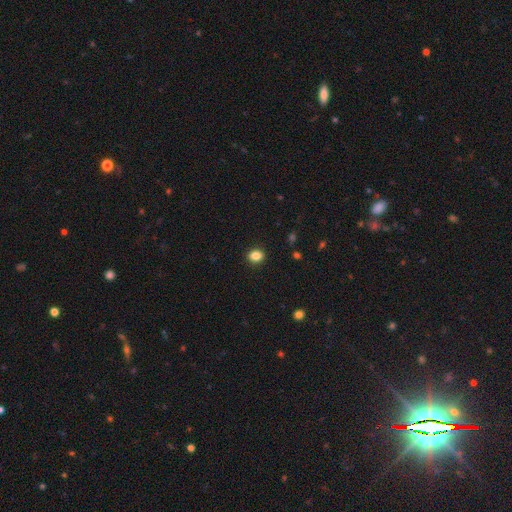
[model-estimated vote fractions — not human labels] A smooth galaxy with no disk features (85%) that is round (56%).

Vote fractions:
- Smooth or featured? smooth: 85% / star or artifact: 11% / featured or disk: 5%
- How rounded? round: 56% / in between: 43% / cigar-shaped: 1%
- Merging? none: 90% / minor disturbance: 7% / major disturbance: 2% / merger: 1%